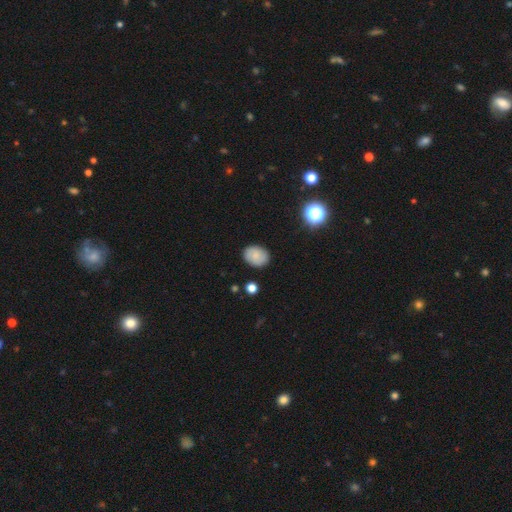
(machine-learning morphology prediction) Smooth or featured: smooth — 79% (featured or disk — 12%)
How rounded: in between — 61% (round — 38%)
Merging: none — 86% (minor disturbance — 10%)